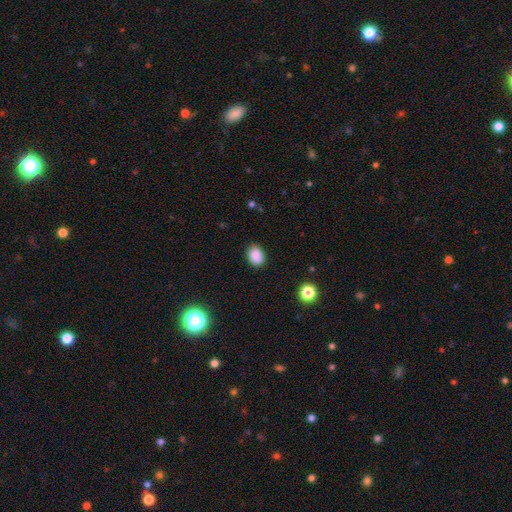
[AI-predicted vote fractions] Morphology: type=smooth (88%); roundness=in between (69%); merging=none (85%).